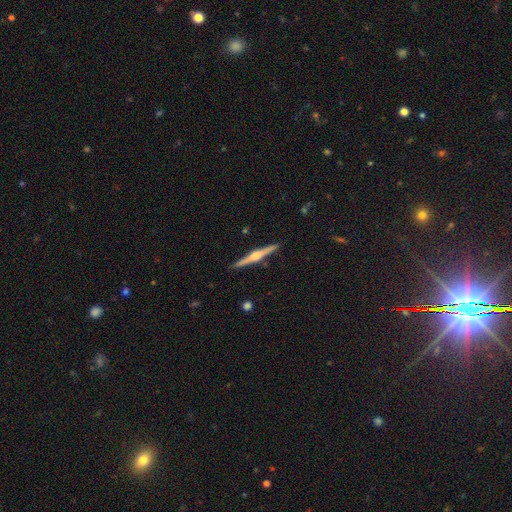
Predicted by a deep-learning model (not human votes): Smooth or featured: featured or disk — 81% (smooth — 14%)
Edge-on disk: yes — 99% (no — 1%)
Edge-on bulge: rounded — 90% (boxy — 7%)
Merging: none — 92% (minor disturbance — 6%)